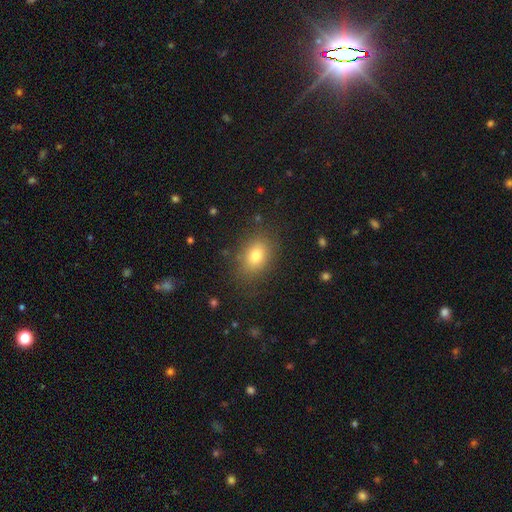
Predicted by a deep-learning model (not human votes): This is likely a smooth galaxy (77%). How rounded: likely in between (76%). Merging: clearly none (84%).